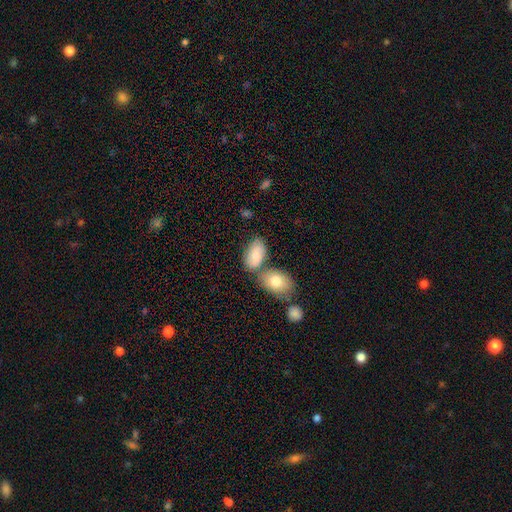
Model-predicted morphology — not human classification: The model was most divided on "merging": none: 47%, merger: 32%, minor disturbance: 16%, major disturbance: 5%. More confident: how rounded — in between (91%); smooth or featured — smooth (71%).